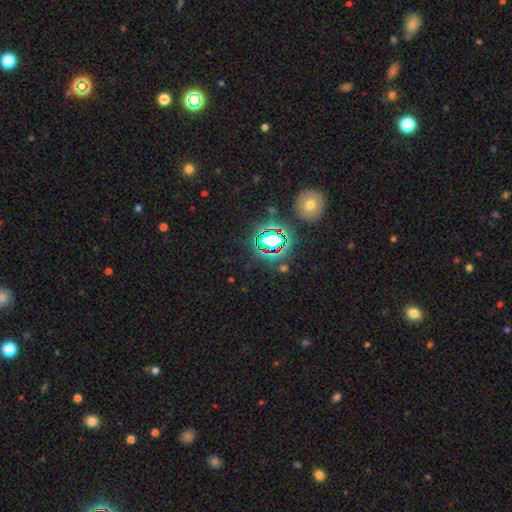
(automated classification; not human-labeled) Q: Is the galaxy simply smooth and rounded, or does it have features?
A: star or artifact — 78%.